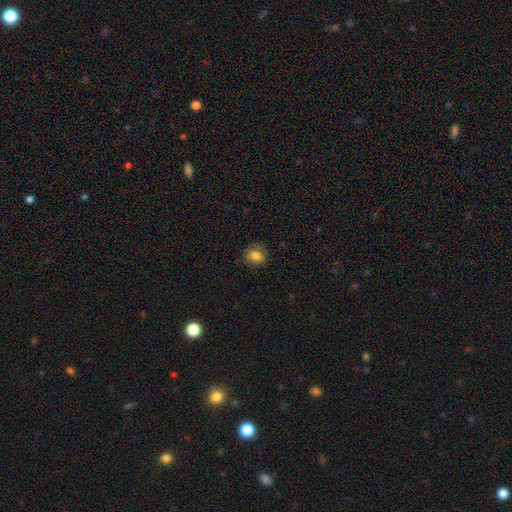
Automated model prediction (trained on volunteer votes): smooth_or_featured: smooth (p=0.80) [alt: star or artifact p=0.11]
how_rounded: round (p=0.66) [alt: in between p=0.33]
merging: none (p=0.81) [alt: minor disturbance p=0.15]